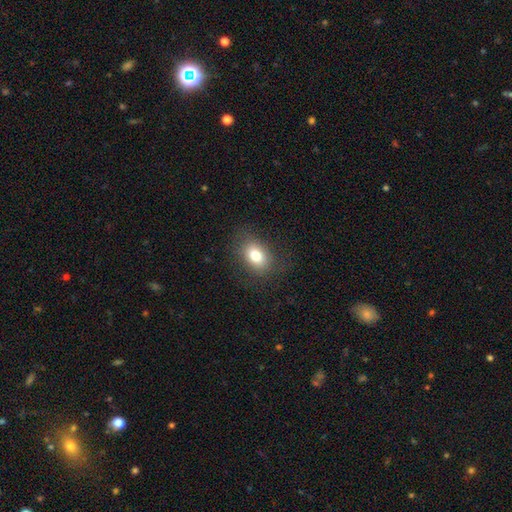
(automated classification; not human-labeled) Smooth or featured?
  - smooth: 78% *
  - featured or disk: 12%
  - star or artifact: 10%
How rounded?
  - in between: 73% *
  - round: 25%
  - cigar-shaped: 1%
Merging?
  - none: 81% *
  - minor disturbance: 13%
  - major disturbance: 5%
  - merger: 1%